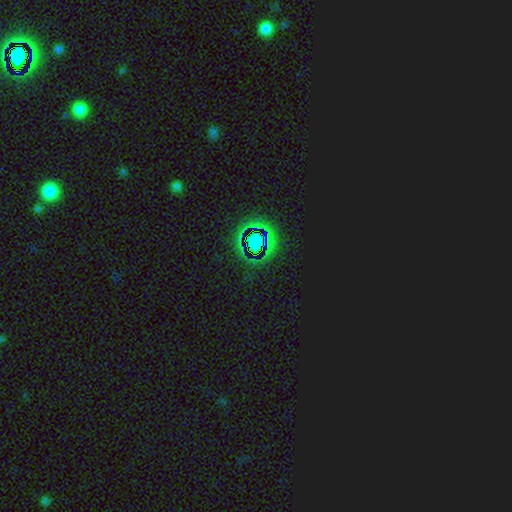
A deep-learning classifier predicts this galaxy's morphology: Smooth or featured?
  - star or artifact: 73% *
  - featured or disk: 15%
  - smooth: 13%